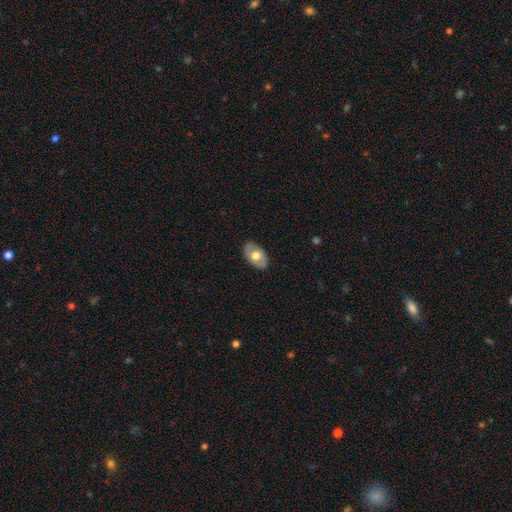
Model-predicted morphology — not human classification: Smooth or featured? smooth (54%)
How rounded? in between (89%)
Merging? none (84%)